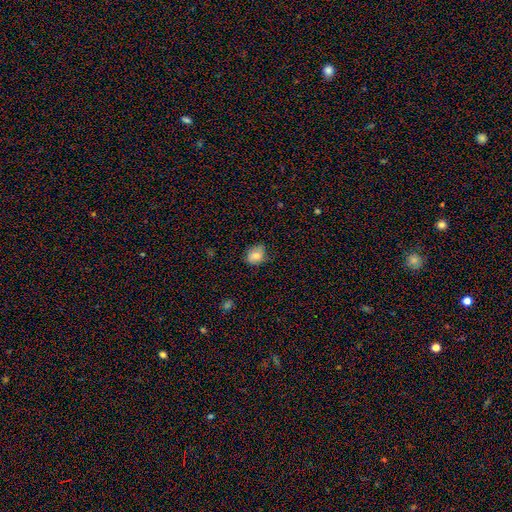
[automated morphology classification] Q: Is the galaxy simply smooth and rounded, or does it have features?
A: smooth — 79%.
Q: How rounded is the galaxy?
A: round — 55%.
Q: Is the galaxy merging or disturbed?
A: none — 69%.